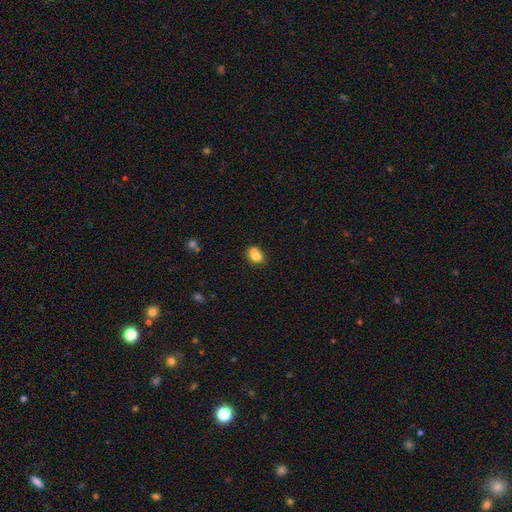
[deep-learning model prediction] Smooth or featured? Predicted: smooth (p=0.75). How rounded? Predicted: round (p=0.51). Merging? Predicted: merger (p=0.44).